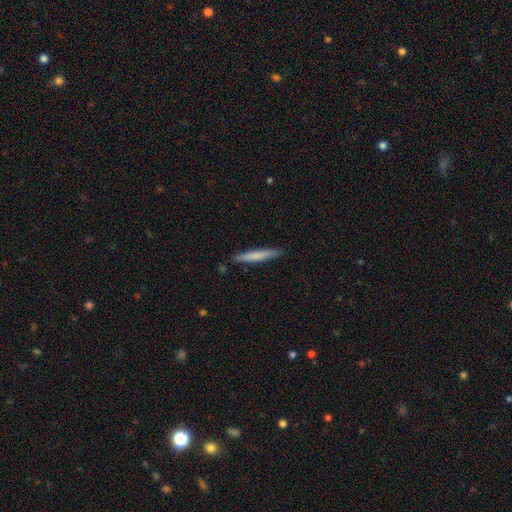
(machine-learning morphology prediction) A smooth galaxy with no disk features (71%) that is cigar-shaped (95%).

Vote fractions:
- Smooth or featured? smooth: 71% / featured or disk: 23% / star or artifact: 5%
- How rounded? cigar-shaped: 95% / in between: 4% / round: 1%
- Merging? none: 90% / minor disturbance: 8% / major disturbance: 1% / merger: 1%